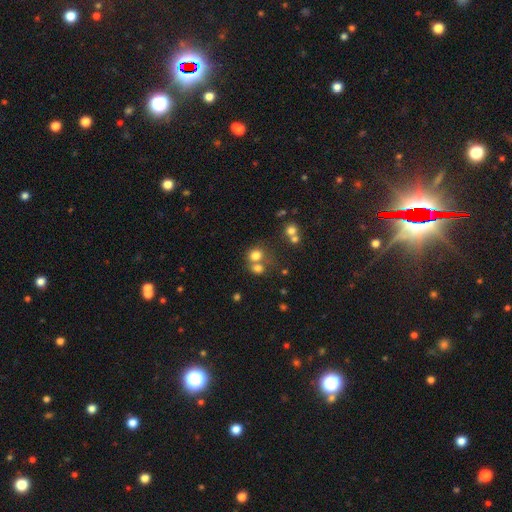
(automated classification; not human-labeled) Smooth or featured? smooth (74%)
How rounded? round (73%)
Merging? none (46%)